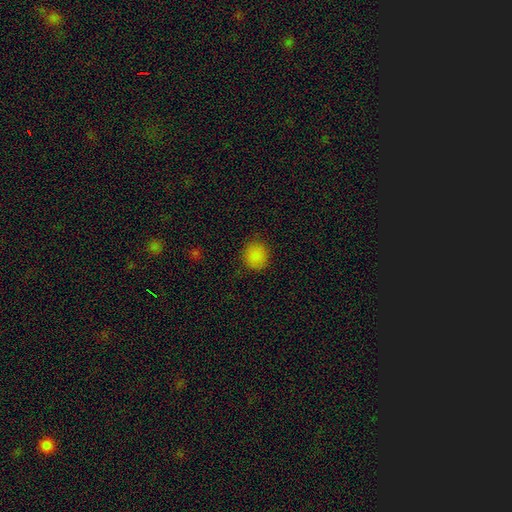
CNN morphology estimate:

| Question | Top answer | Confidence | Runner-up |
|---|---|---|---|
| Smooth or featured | smooth | 85% | star or artifact (11%) |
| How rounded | round | 86% | in between (13%) |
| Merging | none | 87% | minor disturbance (9%) |